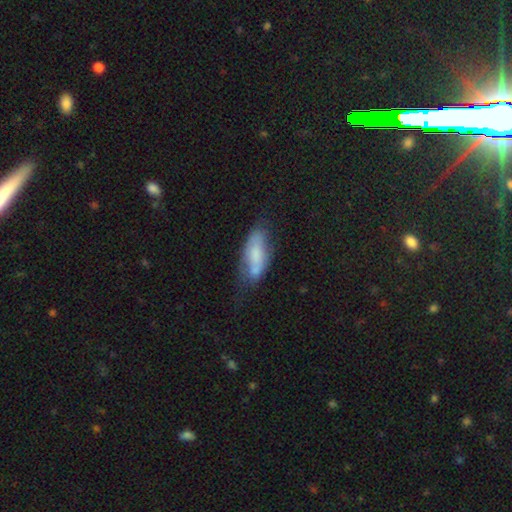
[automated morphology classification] type=smooth (64%); roundness=in between (75%); merging=none (44%).